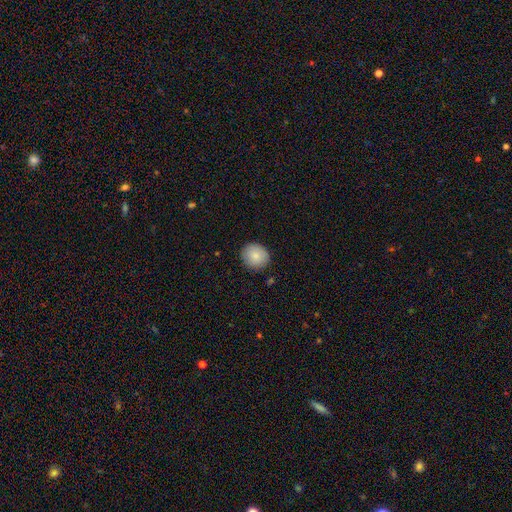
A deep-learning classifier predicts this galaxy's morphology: type=smooth (86%); roundness=round (87%); merging=none (87%).